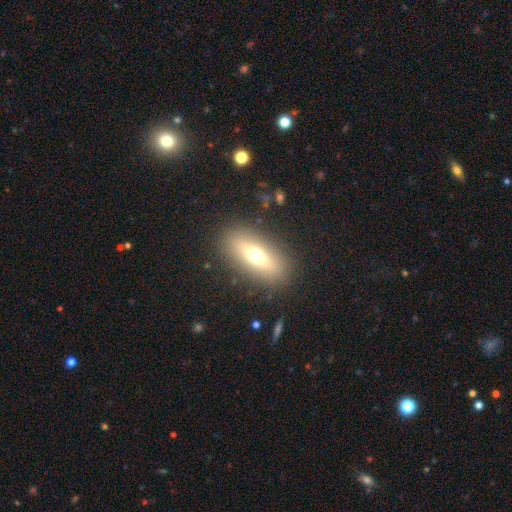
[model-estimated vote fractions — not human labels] Smooth or featured: smooth — 56% (featured or disk — 34%)
How rounded: in between — 67% (cigar-shaped — 28%)
Merging: none — 86% (minor disturbance — 9%)